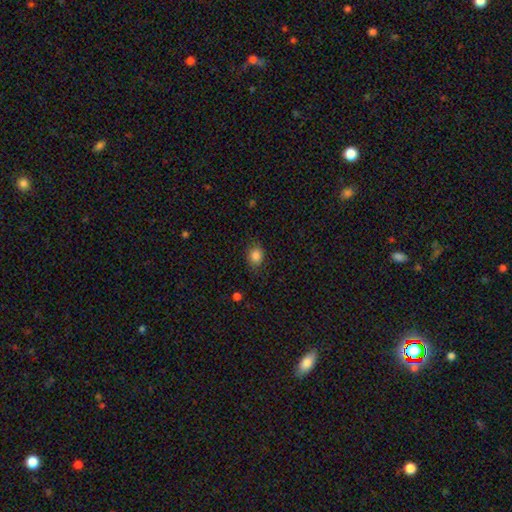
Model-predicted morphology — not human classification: type=smooth (85%); roundness=round (57%); merging=none (80%).